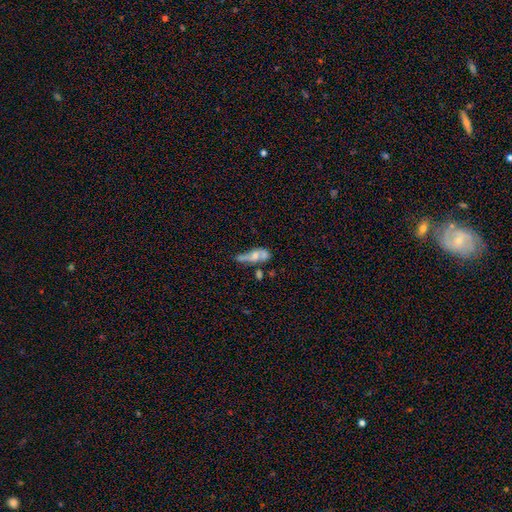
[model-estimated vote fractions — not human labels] The model was most divided on "smooth or featured" (2-way tie): featured or disk: 45%, smooth: 45%, star or artifact: 10%. Remaining: merging — merger (35%).